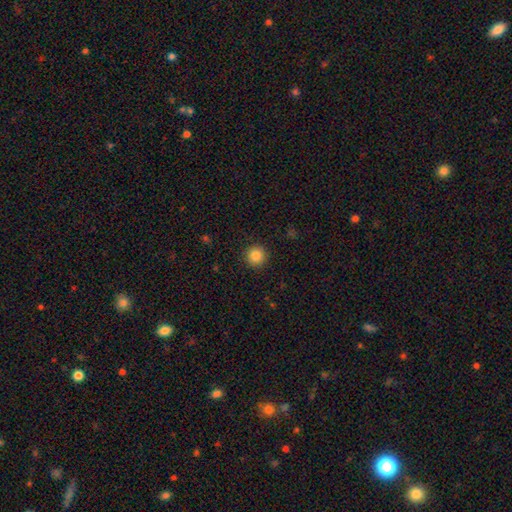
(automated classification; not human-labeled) smooth 85%, star or artifact 10%, featured or disk 5%. Down the decision tree: how rounded — round (95%); merging — none (92%).